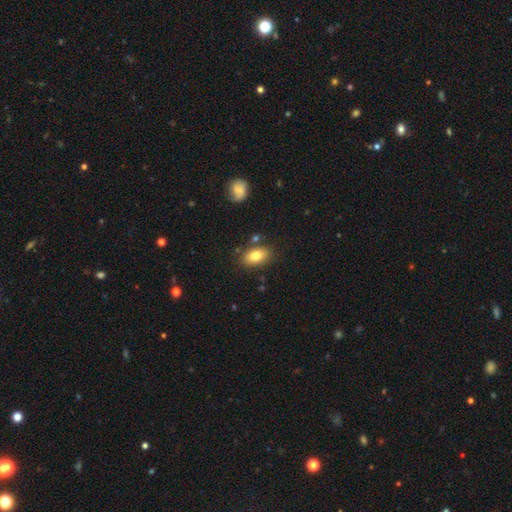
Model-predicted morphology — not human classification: Q: Smooth or featured?
A: smooth (80%); runner-up: featured or disk (12%)
Q: How rounded?
A: in between (88%); runner-up: round (11%)
Q: Merging?
A: none (81%); runner-up: minor disturbance (11%)